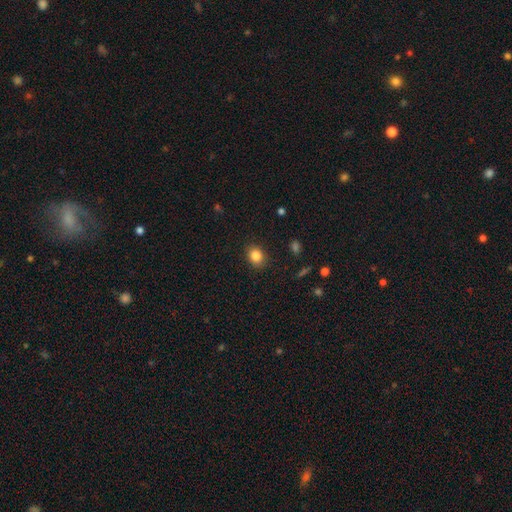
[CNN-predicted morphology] The model was most divided on "how rounded": round: 59%, in between: 40%, cigar-shaped: 1%. More confident: merging — none (88%); smooth or featured — smooth (84%).